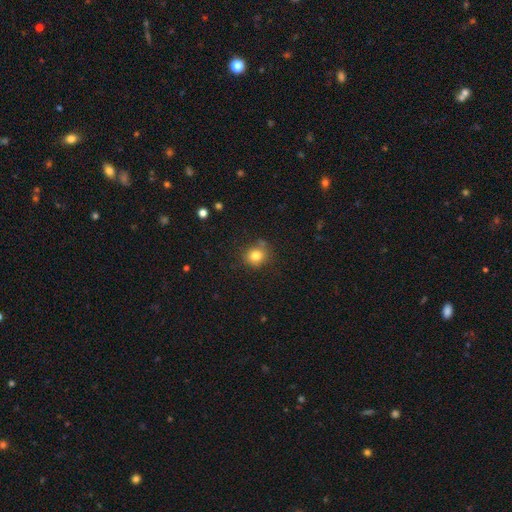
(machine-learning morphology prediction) smooth 81%, star or artifact 12%, featured or disk 7%. Down the decision tree: how rounded — round (84%); merging — none (77%).